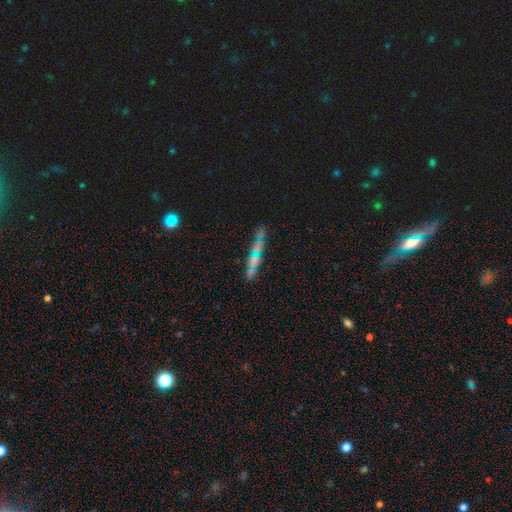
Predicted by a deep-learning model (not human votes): Morphology: type=featured or disk (42%); merging=none (64%).